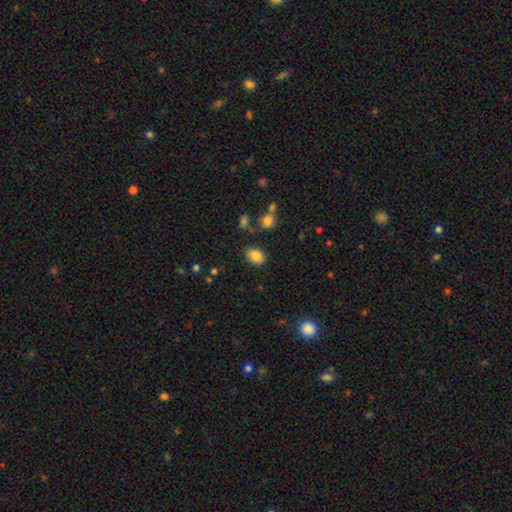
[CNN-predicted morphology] smooth-or-featured: smooth: 85% | star or artifact: 9% | featured or disk: 6%
  how-rounded: in between: 73% | round: 26% | cigar-shaped: 1%
  merging: none: 82% | minor disturbance: 11% | major disturbance: 3% | merger: 3%